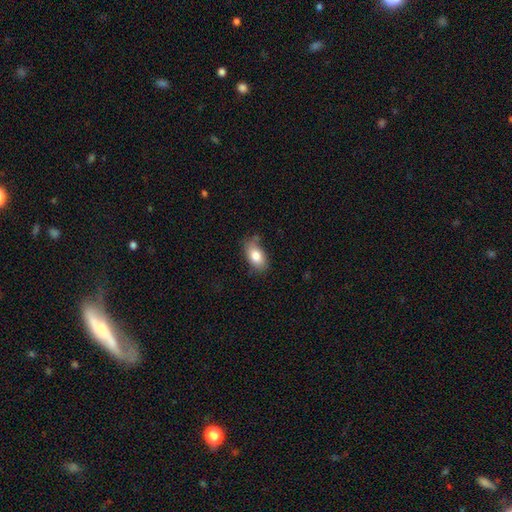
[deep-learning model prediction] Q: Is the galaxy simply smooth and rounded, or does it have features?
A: smooth — 82%.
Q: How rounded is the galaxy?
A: in between — 91%.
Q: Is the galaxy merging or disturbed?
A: none — 68%.